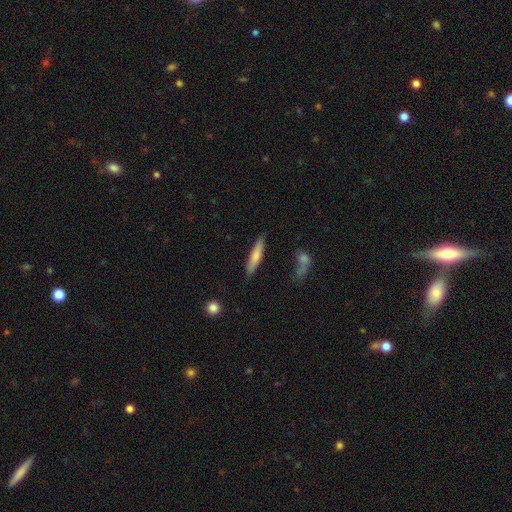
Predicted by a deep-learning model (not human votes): Smooth or featured? Predicted: smooth (p=0.70). How rounded? Predicted: cigar-shaped (p=0.85). Merging? Predicted: none (p=0.83).